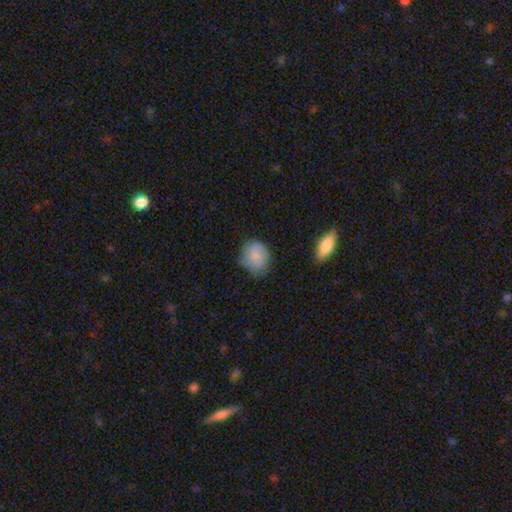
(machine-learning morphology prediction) Smooth or featured? smooth (85%)
How rounded? round (69%)
Merging? none (64%)